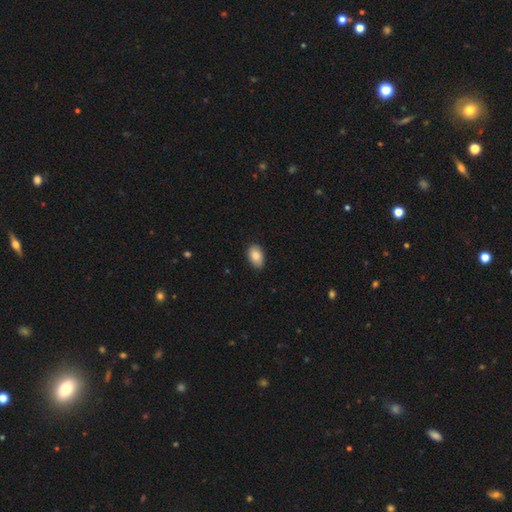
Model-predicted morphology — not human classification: Smooth or featured: smooth — 85% (featured or disk — 7%)
How rounded: in between — 90% (round — 9%)
Merging: none — 84% (minor disturbance — 13%)